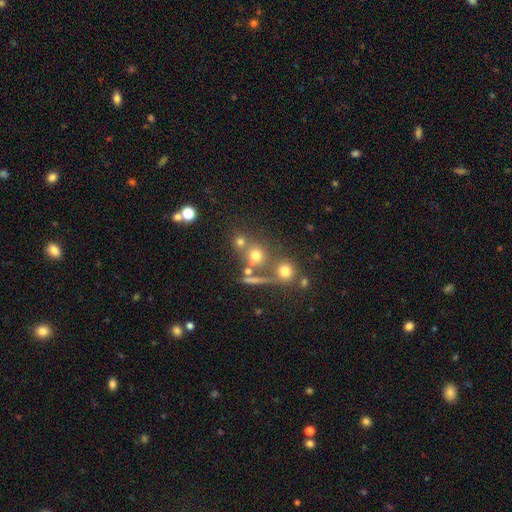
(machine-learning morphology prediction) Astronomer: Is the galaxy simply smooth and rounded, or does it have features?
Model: smooth — 61%.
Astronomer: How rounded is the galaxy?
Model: round — 84%.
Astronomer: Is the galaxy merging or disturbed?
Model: none — 54% (runner-up: merger, 32%).